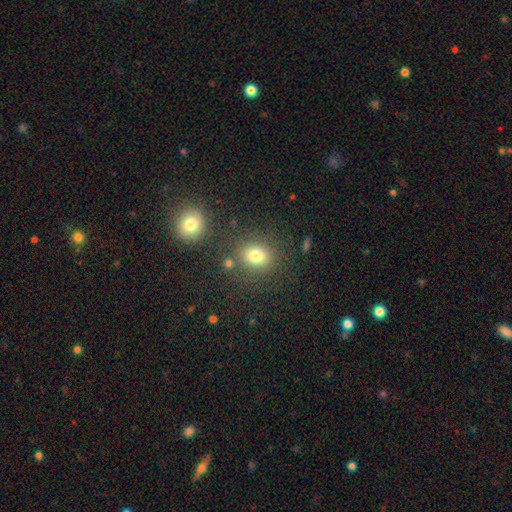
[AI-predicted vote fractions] Overall: smooth (78%). How rounded: round (65%; in between 34%). Merging: none (77%).